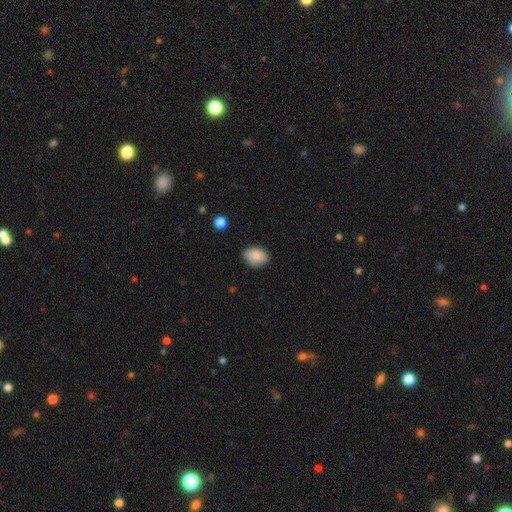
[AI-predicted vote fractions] Smooth or featured? smooth (82%)
How rounded? in between (71%)
Merging? none (77%)